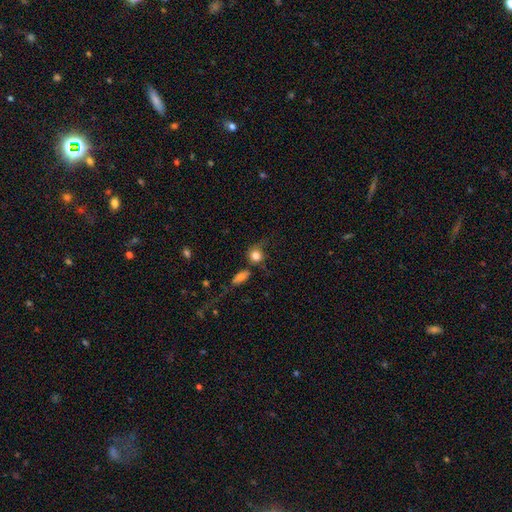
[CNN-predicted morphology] smooth-or-featured: smooth: 79% | featured or disk: 11% | star or artifact: 10%
  how-rounded: round: 79% | in between: 19% | cigar-shaped: 2%
  merging: none: 43% | minor disturbance: 22% | major disturbance: 20% | merger: 15%